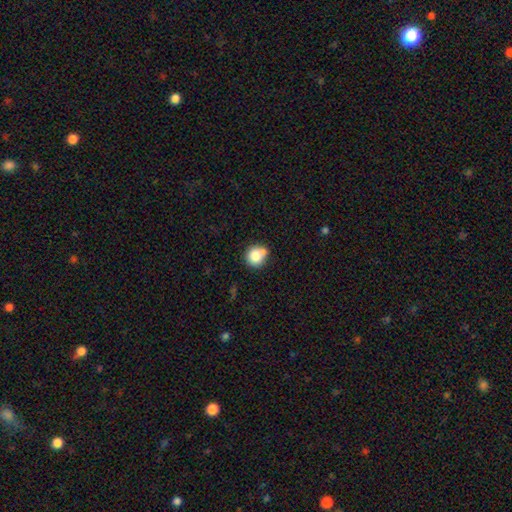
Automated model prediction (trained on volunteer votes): The model was most divided on "merging": none: 60%, minor disturbance: 19%, merger: 16%, major disturbance: 5%. More confident: how rounded — round (86%); smooth or featured — smooth (80%).